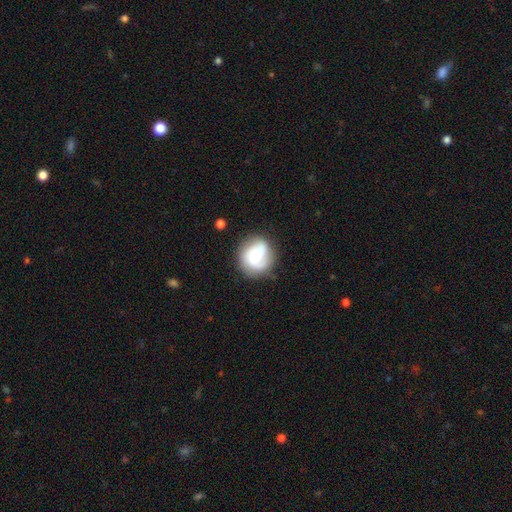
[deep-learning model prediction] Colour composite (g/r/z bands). It shows a featured or disk galaxy (52%) with no bar (65%), spiral arms (85%) and a moderate central bulge (52%). Merging: none (73%).